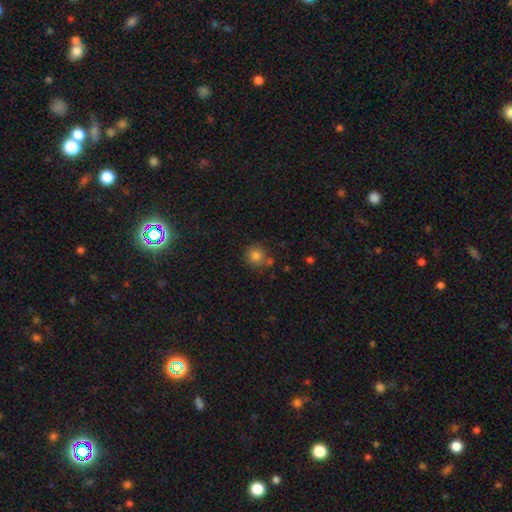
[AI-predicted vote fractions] smooth-or-featured: smooth: 81% | star or artifact: 12% | featured or disk: 6%
  how-rounded: round: 89% | in between: 10% | cigar-shaped: 1%
  merging: none: 69% | merger: 14% | minor disturbance: 13% | major disturbance: 4%